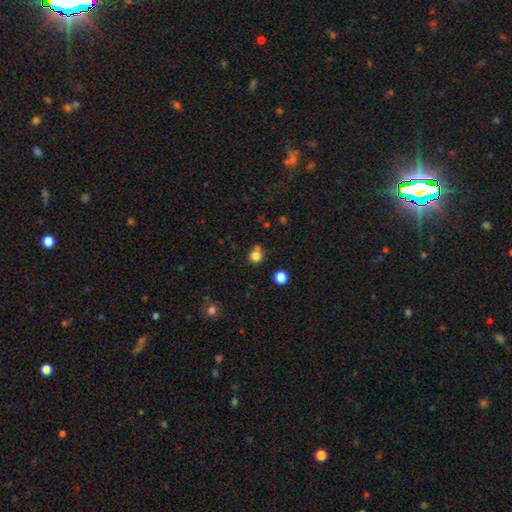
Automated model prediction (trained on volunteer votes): Smooth or featured: smooth — 81% (star or artifact — 14%)
How rounded: round — 85% (in between — 14%)
Merging: none — 64% (minor disturbance — 16%)